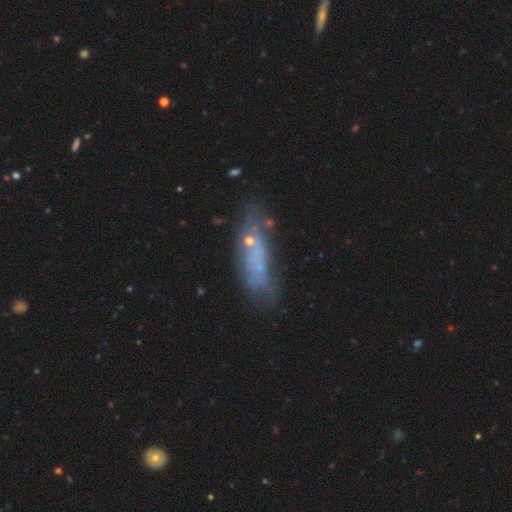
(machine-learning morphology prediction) smooth_or_featured: featured or disk (p=0.45) [alt: smooth p=0.36]
merging: none (p=0.46) [alt: minor disturbance p=0.22]